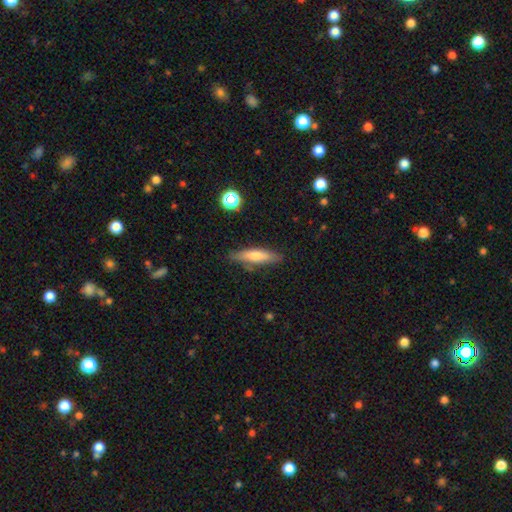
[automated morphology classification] smooth_or_featured: smooth (p=0.64) [alt: featured or disk p=0.28]
how_rounded: cigar-shaped (p=0.76) [alt: in between p=0.22]
merging: none (p=0.81) [alt: minor disturbance p=0.14]